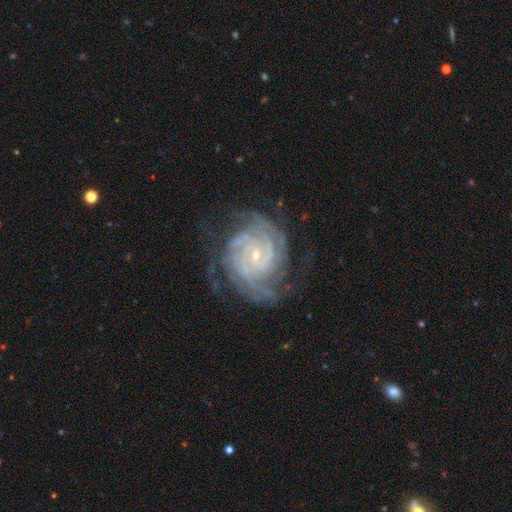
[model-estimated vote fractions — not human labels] The model was most divided on "spiral arm count": 4: 29%, can't tell: 17%, 3: 17%, more than 4: 17%, 2: 13%, 1: 8%. More confident: spiral arms — yes (98%); edge-on disk — no (98%); smooth or featured — featured or disk (91%); bulge size — small (83%); spiral winding — tight (77%); merging — none (74%); bar — no (69%).